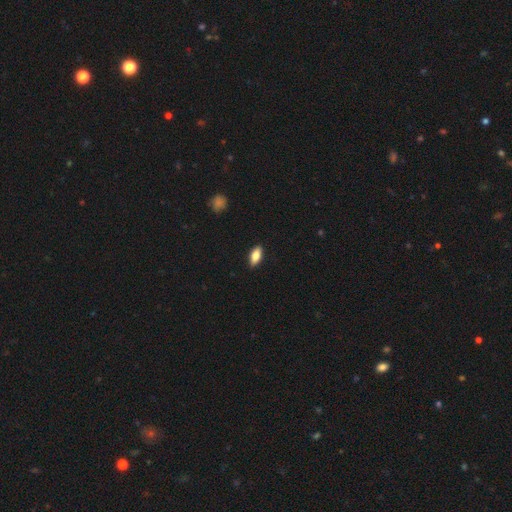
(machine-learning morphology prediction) This appears to be a smooth galaxy with no disk features (75%) that is in between round and cigar-shaped (85%). Merging: none (89%).